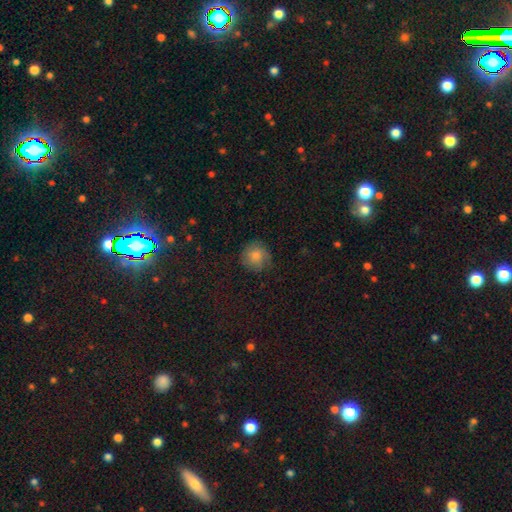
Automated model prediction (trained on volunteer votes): smooth 75%, featured or disk 15%, star or artifact 10%. Down the decision tree: how rounded — round (90%); merging — none (71%).